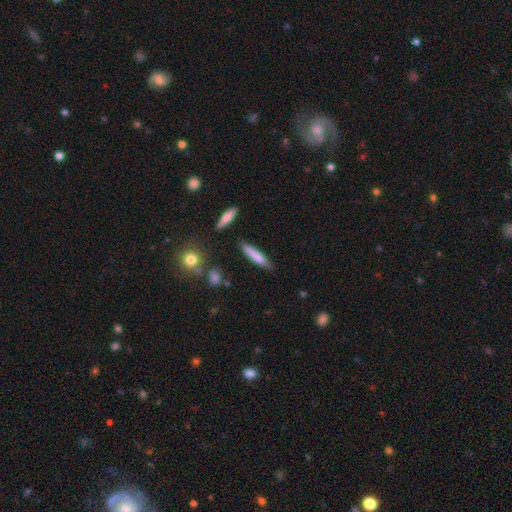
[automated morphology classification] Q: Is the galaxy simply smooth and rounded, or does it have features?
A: smooth — 77%.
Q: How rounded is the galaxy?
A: cigar-shaped — 85%.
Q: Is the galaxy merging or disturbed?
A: none — 79%.